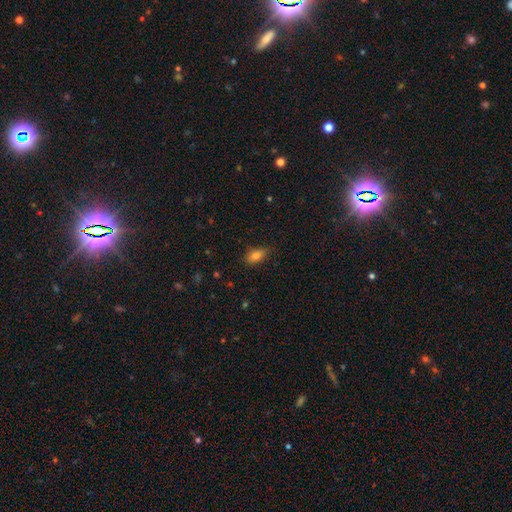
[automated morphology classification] Q: Smooth or featured?
A: smooth (80%); runner-up: star or artifact (10%)
Q: How rounded?
A: in between (84%); runner-up: cigar-shaped (10%)
Q: Merging?
A: none (73%); runner-up: minor disturbance (22%)